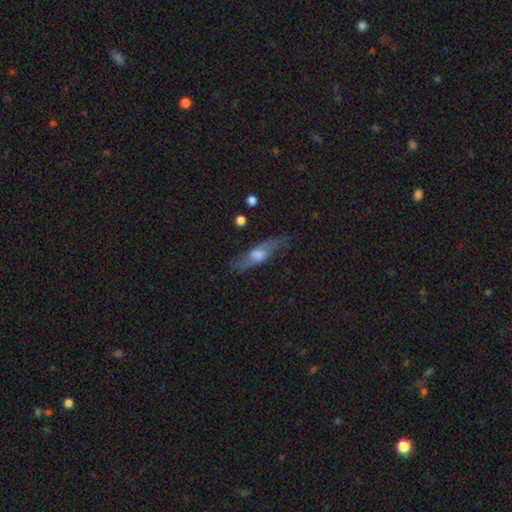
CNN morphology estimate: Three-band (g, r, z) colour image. It shows a featured or disk galaxy (58%) viewed edge-on (67%). Merging: none (79%).